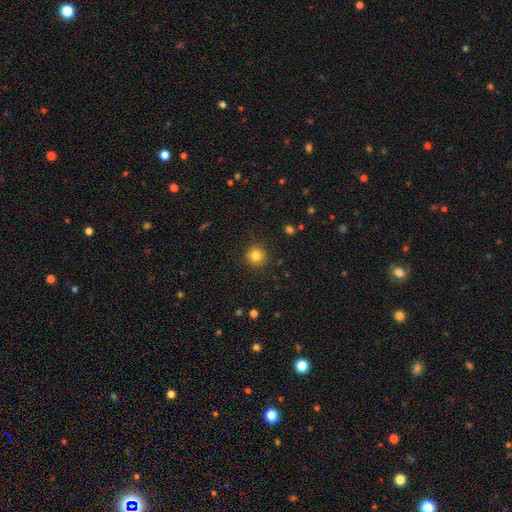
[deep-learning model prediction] Smooth or featured: smooth — 82% (star or artifact — 12%)
How rounded: round — 94% (in between — 5%)
Merging: none — 90% (minor disturbance — 7%)